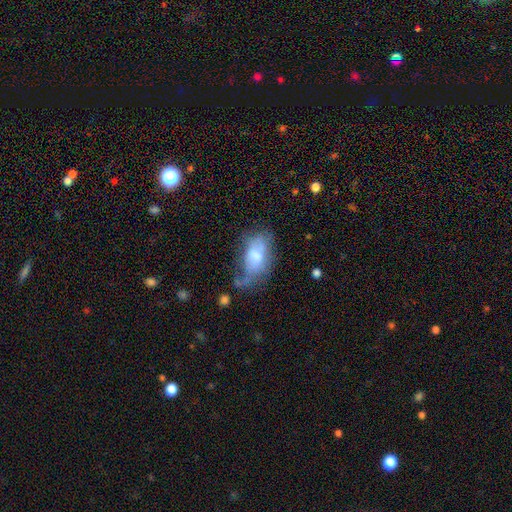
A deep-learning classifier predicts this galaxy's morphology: Smooth or featured?
  - smooth: 60% *
  - featured or disk: 32%
  - star or artifact: 8%
How rounded?
  - in between: 92% *
  - round: 5%
  - cigar-shaped: 3%
Merging?
  - minor disturbance: 32% *
  - none: 31%
  - major disturbance: 28%
  - merger: 9%